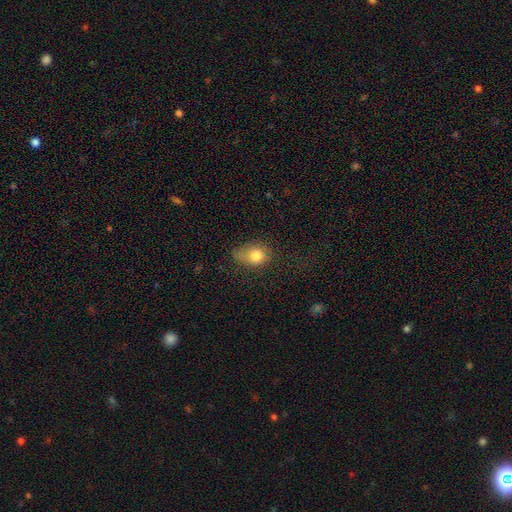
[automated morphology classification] Overall: smooth (79%). How rounded: in between (59%; round 39%). Merging: none (43%; minor disturbance 36%).